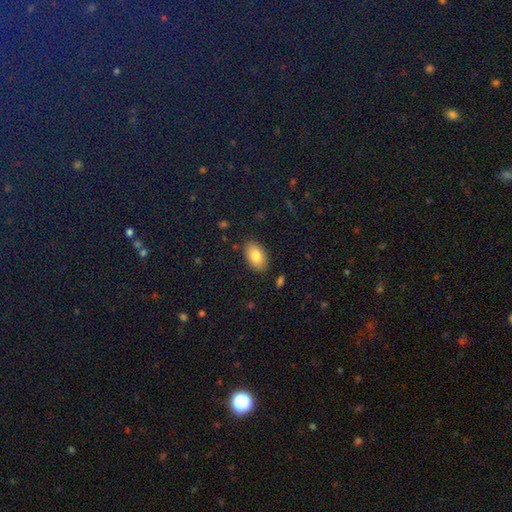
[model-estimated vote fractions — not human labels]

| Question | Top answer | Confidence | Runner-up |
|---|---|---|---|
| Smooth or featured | smooth | 83% | featured or disk (10%) |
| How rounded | in between | 91% | round (7%) |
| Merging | none | 86% | minor disturbance (10%) |